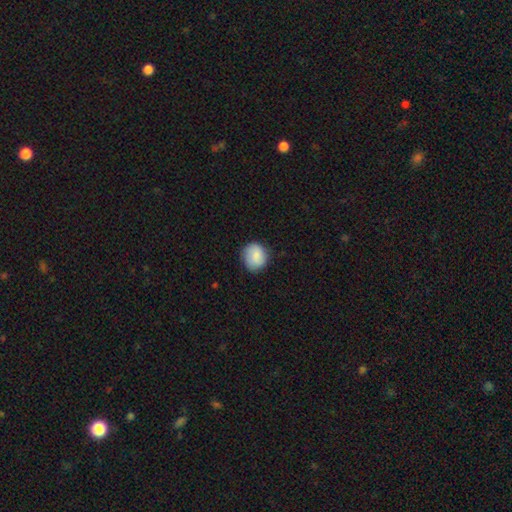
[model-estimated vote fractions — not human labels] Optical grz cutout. It shows a smooth galaxy with no disk features (83%) that is round (83%). Merging: none (81%).